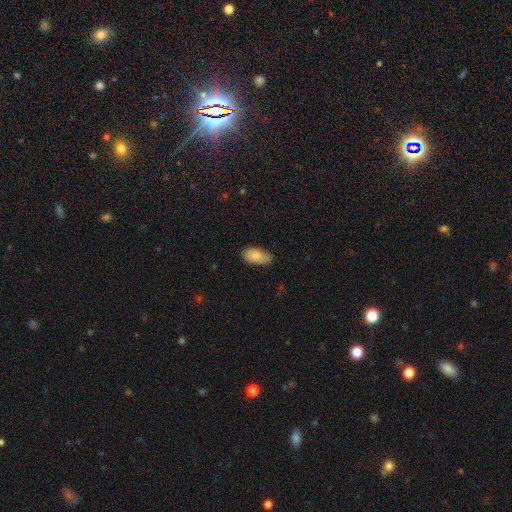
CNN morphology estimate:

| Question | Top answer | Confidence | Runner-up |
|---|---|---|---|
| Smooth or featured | smooth | 84% | featured or disk (9%) |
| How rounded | in between | 94% | cigar-shaped (3%) |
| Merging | none | 65% | minor disturbance (30%) |